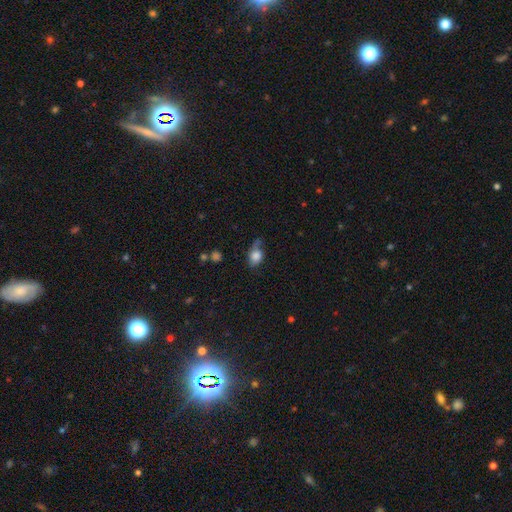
Overall: smooth (71%). How rounded: in between (78%). Merging: none (34%, tied with major disturbance).